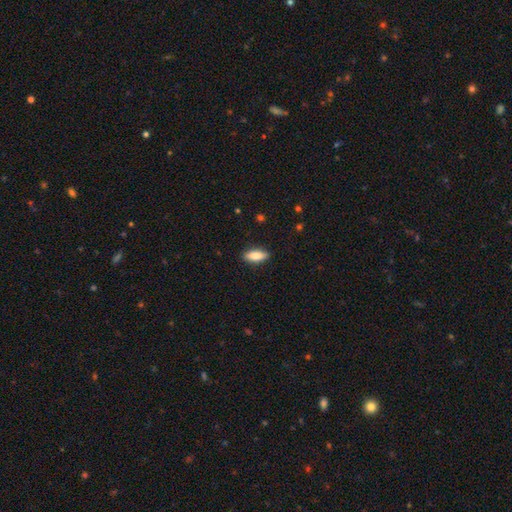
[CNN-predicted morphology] Smooth or featured: smooth — 82% (featured or disk — 11%)
How rounded: in between — 74% (cigar-shaped — 24%)
Merging: none — 89% (minor disturbance — 8%)